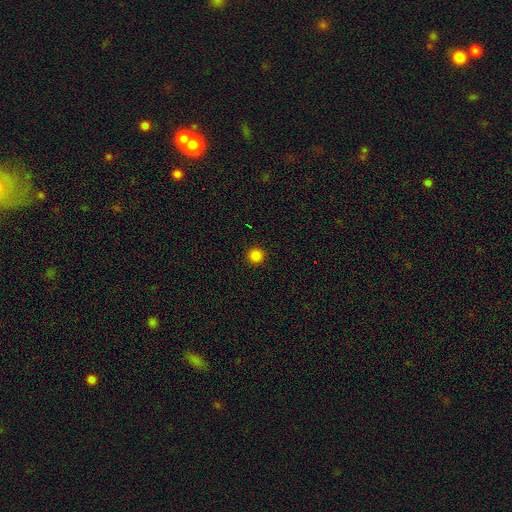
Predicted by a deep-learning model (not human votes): smooth 84%, star or artifact 13%, featured or disk 3%. Down the decision tree: how rounded — round (95%); merging — none (93%).